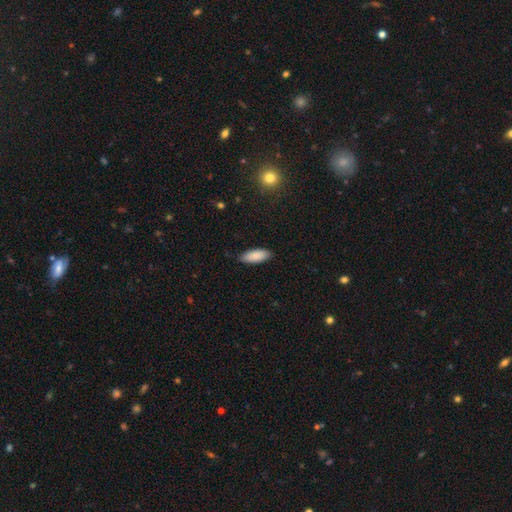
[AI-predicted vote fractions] Q: Smooth or featured?
A: smooth (89%); runner-up: star or artifact (6%)
Q: How rounded?
A: in between (77%); runner-up: cigar-shaped (22%)
Q: Merging?
A: none (86%); runner-up: minor disturbance (11%)